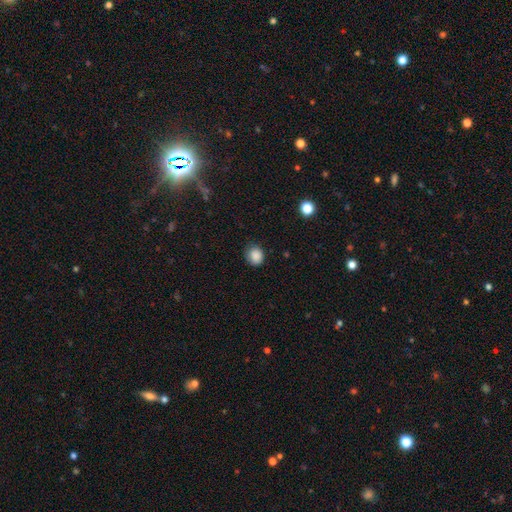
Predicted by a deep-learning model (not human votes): A smooth galaxy with no disk features (87%) that is round (71%). Merging: none (73%).